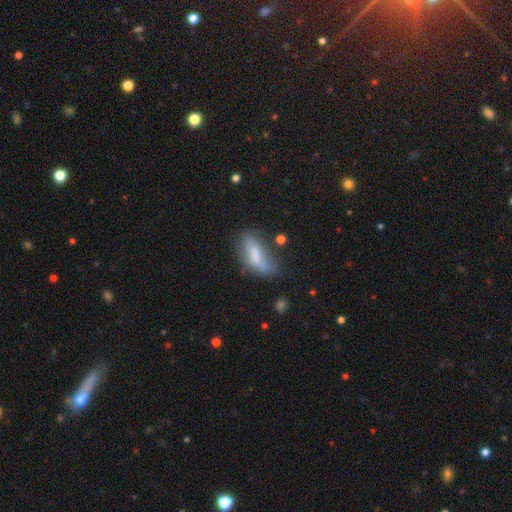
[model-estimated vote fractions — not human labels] Smooth or featured?
  - smooth: 65% *
  - featured or disk: 26%
  - star or artifact: 9%
How rounded?
  - in between: 71% *
  - cigar-shaped: 26%
  - round: 3%
Merging?
  - none: 43% *
  - minor disturbance: 30%
  - major disturbance: 18%
  - merger: 9%